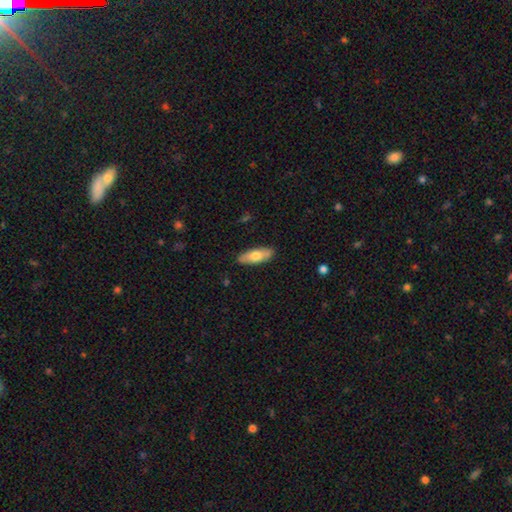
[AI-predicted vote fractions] This appears to be a smooth galaxy with no disk features (71%) that is in between round and cigar-shaped (65%). Merging: none (88%).